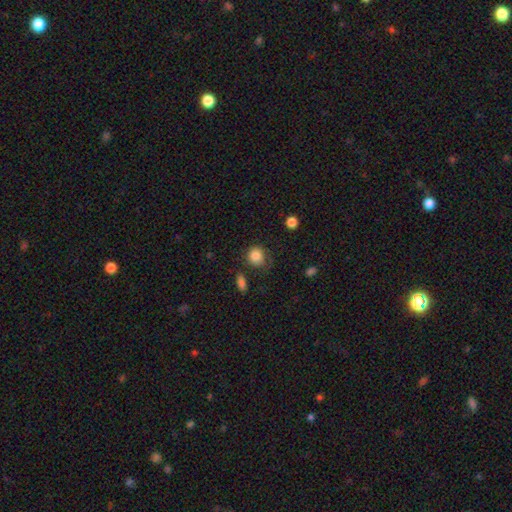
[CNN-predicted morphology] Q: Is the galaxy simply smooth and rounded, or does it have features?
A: smooth — 85%.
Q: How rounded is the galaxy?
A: round — 81%.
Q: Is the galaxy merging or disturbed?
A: none — 65%.